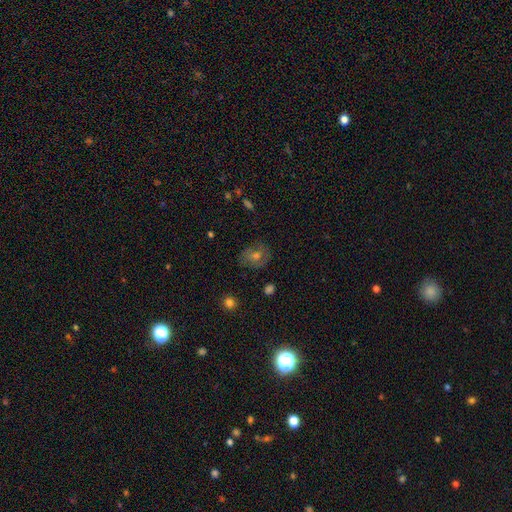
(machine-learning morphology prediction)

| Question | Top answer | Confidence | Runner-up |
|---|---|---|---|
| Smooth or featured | featured or disk | 47% | smooth (32%) |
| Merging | none | 75% | minor disturbance (16%) |